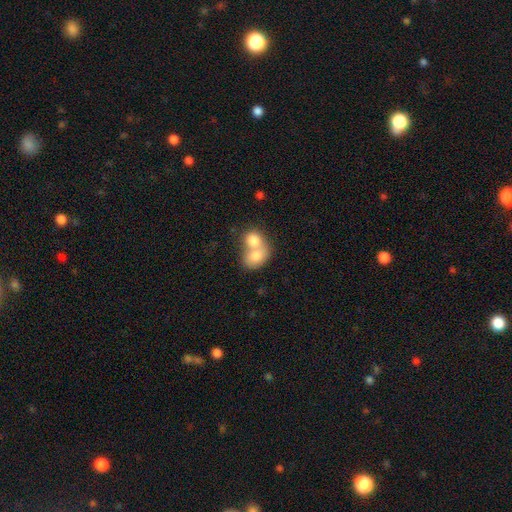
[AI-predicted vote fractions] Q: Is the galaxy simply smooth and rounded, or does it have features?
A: smooth — 75%.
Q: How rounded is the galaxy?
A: in between — 56%.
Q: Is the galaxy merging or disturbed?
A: merger — 75%.